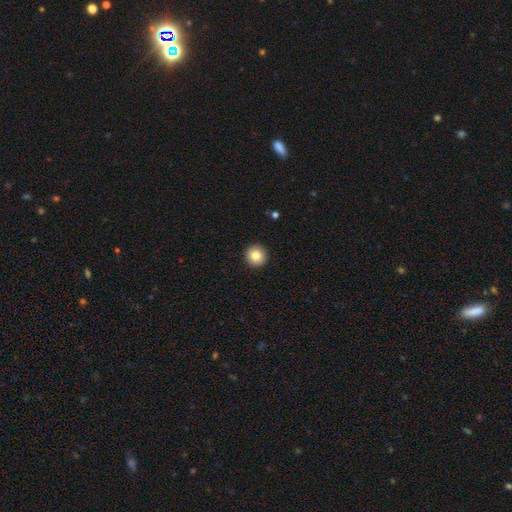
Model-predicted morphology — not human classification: type=smooth (83%); roundness=round (95%); merging=none (93%).